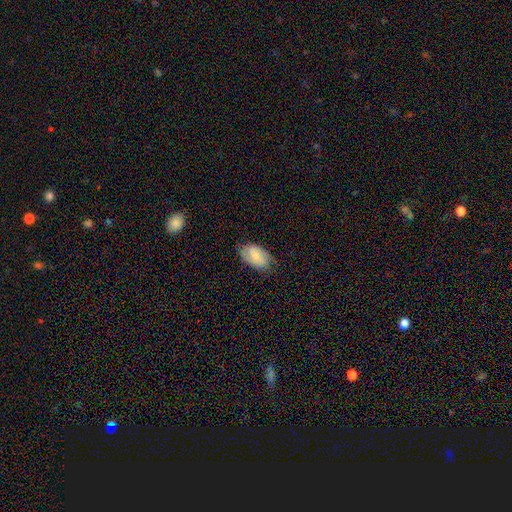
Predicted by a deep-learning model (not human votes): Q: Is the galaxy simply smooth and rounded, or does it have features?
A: smooth — 77%.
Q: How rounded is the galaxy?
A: in between — 93%.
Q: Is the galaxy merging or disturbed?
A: none — 73%.